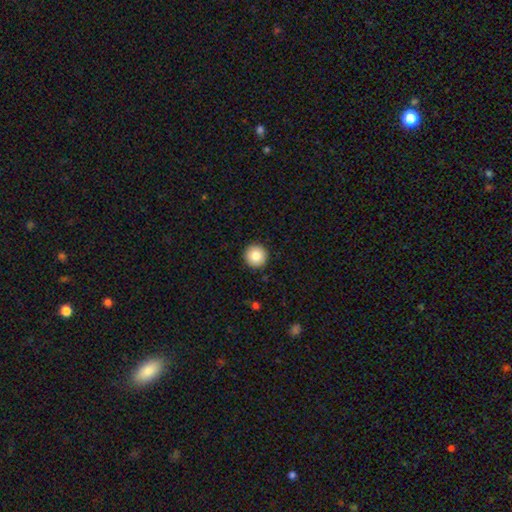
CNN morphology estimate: Q: Smooth or featured?
A: smooth (83%); runner-up: star or artifact (9%)
Q: How rounded?
A: round (96%); runner-up: in between (3%)
Q: Merging?
A: none (93%); runner-up: minor disturbance (5%)